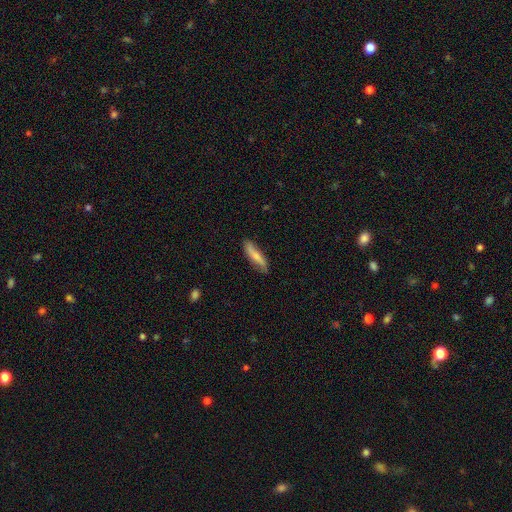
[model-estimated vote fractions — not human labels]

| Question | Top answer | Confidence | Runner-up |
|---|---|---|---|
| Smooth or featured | smooth | 63% | featured or disk (31%) |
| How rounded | cigar-shaped | 76% | in between (22%) |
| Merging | none | 78% | minor disturbance (17%) |